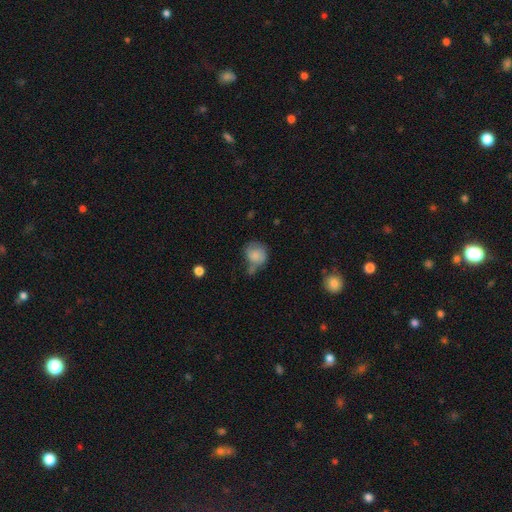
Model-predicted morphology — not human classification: Q: Smooth or featured?
A: smooth (80%); runner-up: featured or disk (12%)
Q: How rounded?
A: round (68%); runner-up: in between (31%)
Q: Merging?
A: none (39%); runner-up: minor disturbance (29%)